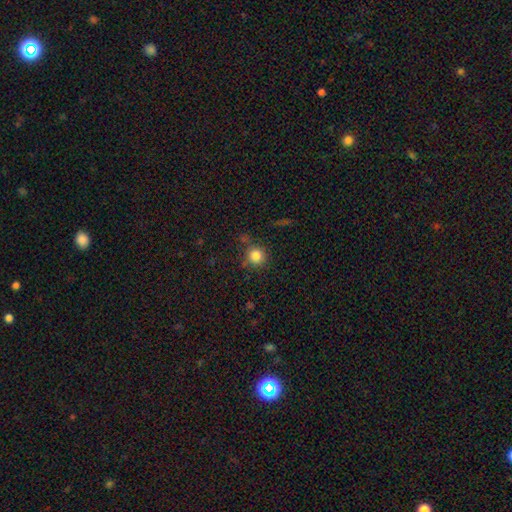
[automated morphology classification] type=smooth (83%); roundness=round (92%); merging=none (77%).